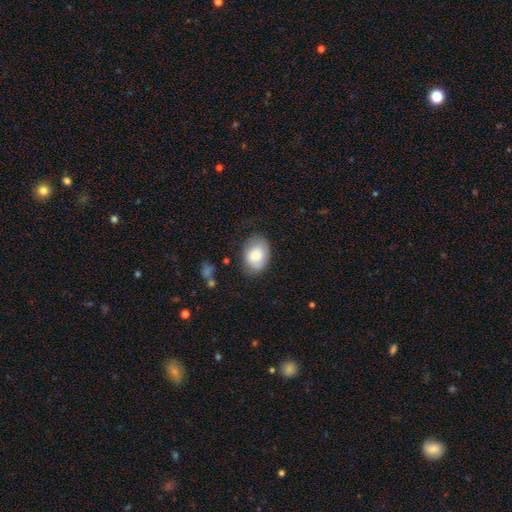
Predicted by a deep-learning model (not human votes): A smooth galaxy with no disk features (77%) that is in between round and cigar-shaped (75%).

Vote fractions:
- Smooth or featured? smooth: 77% / featured or disk: 16% / star or artifact: 7%
- How rounded? in between: 75% / round: 24% / cigar-shaped: 1%
- Merging? none: 72% / minor disturbance: 20% / major disturbance: 5% / merger: 2%